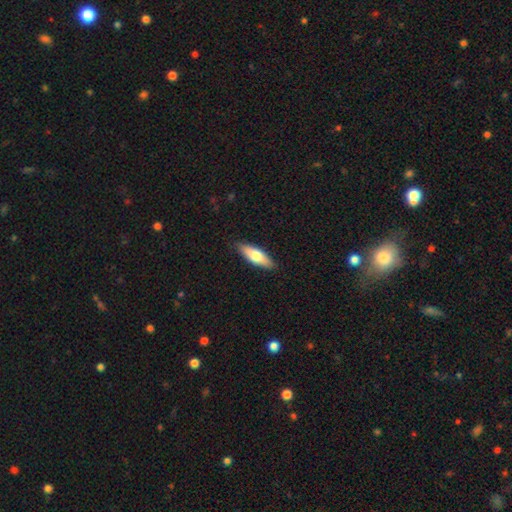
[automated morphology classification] type=smooth (62%); roundness=in between (54%); merging=none (88%).